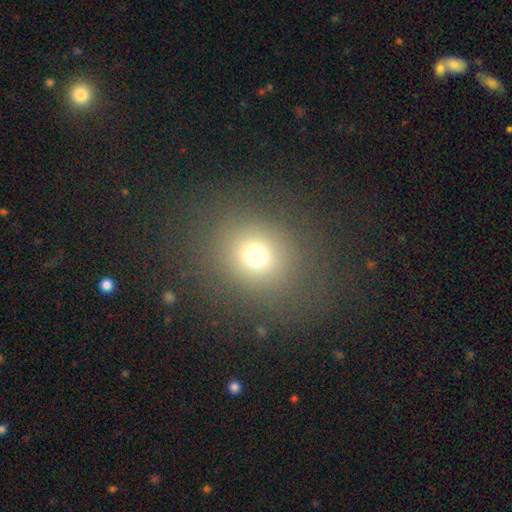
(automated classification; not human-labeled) This is likely a smooth galaxy (70%). How rounded: likely round (80%). Merging: clearly none (82%).